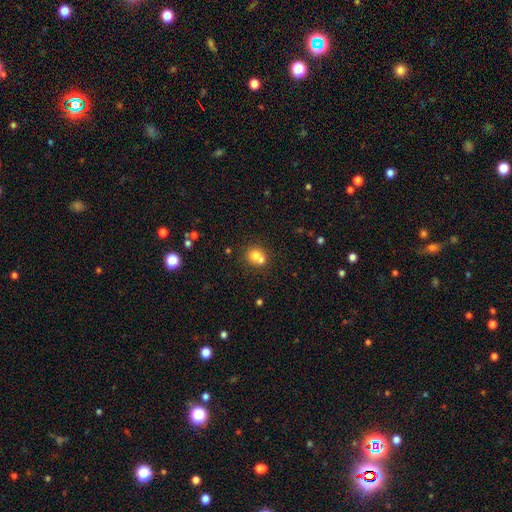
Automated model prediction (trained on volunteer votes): Q: Smooth or featured?
A: smooth (71%); runner-up: featured or disk (17%)
Q: How rounded?
A: round (79%); runner-up: in between (20%)
Q: Merging?
A: merger (53%); runner-up: none (37%)